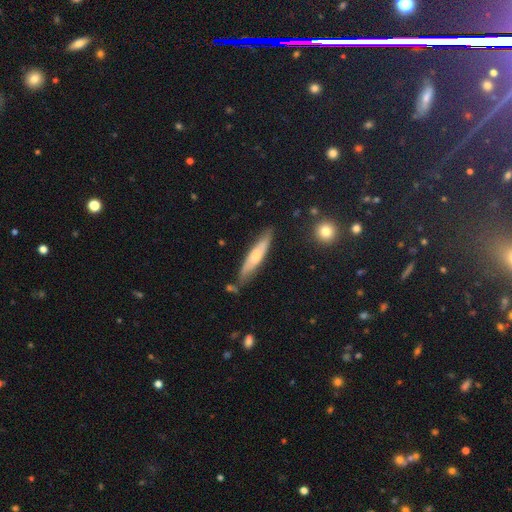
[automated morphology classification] smooth-or-featured: smooth: 49% | featured or disk: 45% | star or artifact: 5%
  merging: none: 75% | minor disturbance: 18% | merger: 4% | major disturbance: 3%